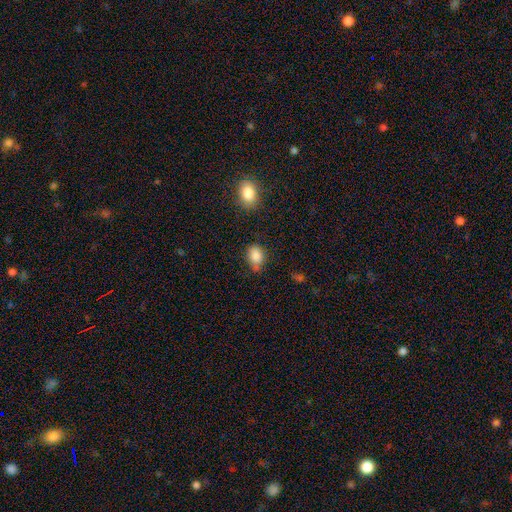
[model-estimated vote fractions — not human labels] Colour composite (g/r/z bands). It shows a smooth galaxy with no disk features (85%) that is in between round and cigar-shaped (67%). Merging: none (60%).